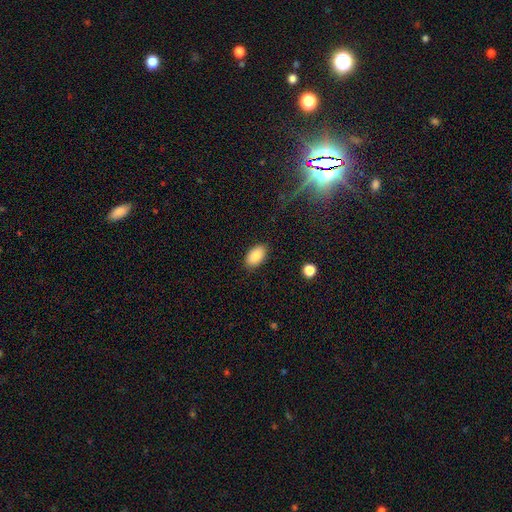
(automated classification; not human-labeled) Smooth or featured: smooth — 87% (star or artifact — 7%)
How rounded: in between — 94% (round — 4%)
Merging: none — 87% (minor disturbance — 9%)